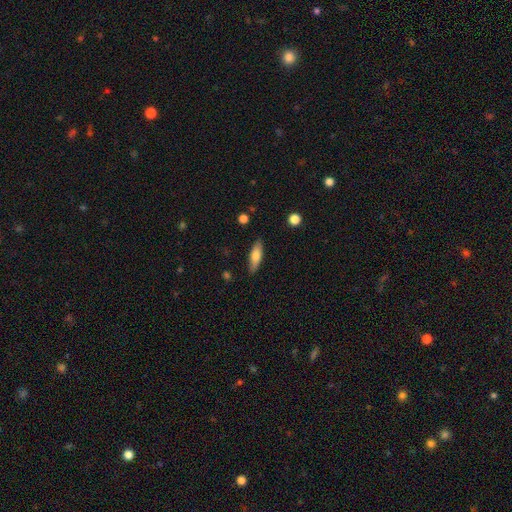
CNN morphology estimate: A smooth galaxy with no disk features (70%) that is cigar-shaped (51%).

Vote fractions:
- Smooth or featured? smooth: 70% / featured or disk: 24% / star or artifact: 6%
- How rounded? cigar-shaped: 51% / in between: 47% / round: 2%
- Merging? none: 84% / minor disturbance: 12% / major disturbance: 2% / merger: 1%